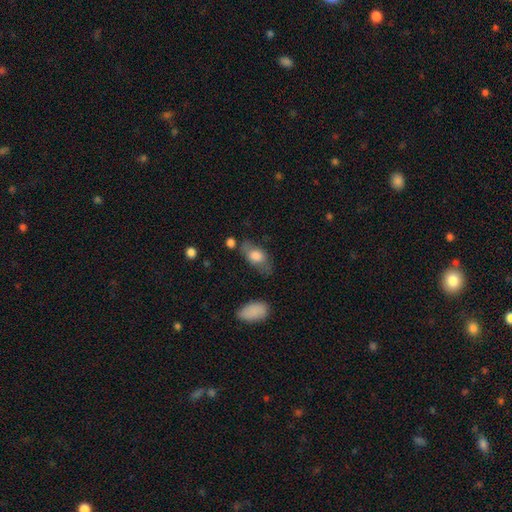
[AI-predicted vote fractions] Smooth or featured?
  - smooth: 70% *
  - featured or disk: 23%
  - star or artifact: 7%
How rounded?
  - in between: 83% *
  - round: 9%
  - cigar-shaped: 8%
Merging?
  - none: 65% *
  - minor disturbance: 21%
  - major disturbance: 8%
  - merger: 6%